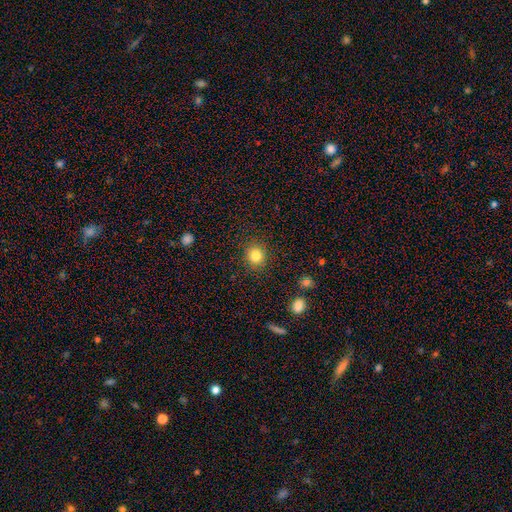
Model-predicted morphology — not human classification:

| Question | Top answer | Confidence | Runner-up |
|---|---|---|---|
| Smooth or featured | smooth | 83% | star or artifact (11%) |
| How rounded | round | 85% | in between (14%) |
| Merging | none | 89% | minor disturbance (7%) |